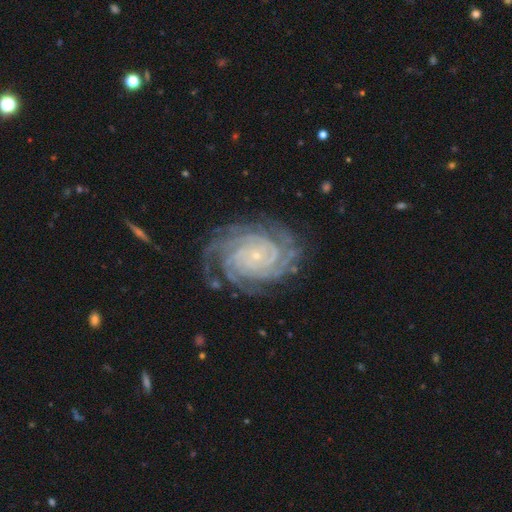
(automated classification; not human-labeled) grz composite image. It shows a featured or disk galaxy (92%) with no bar (78%), 4 (29%) tight (85%) spiral arms (99%) and a small central bulge (89%). Merging: none (78%).